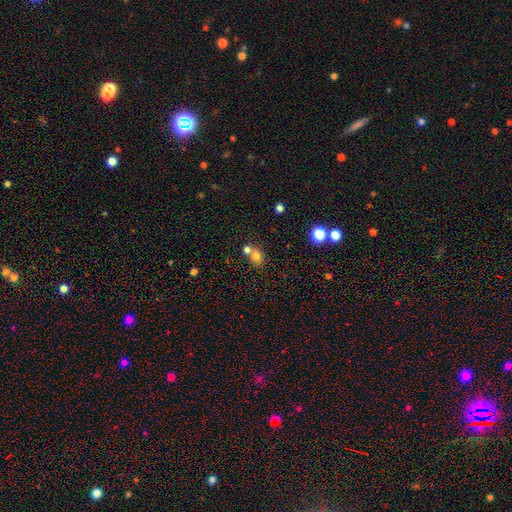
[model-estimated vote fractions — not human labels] A smooth galaxy with no disk features (75%) that is round (61%). Merging: none (48%).